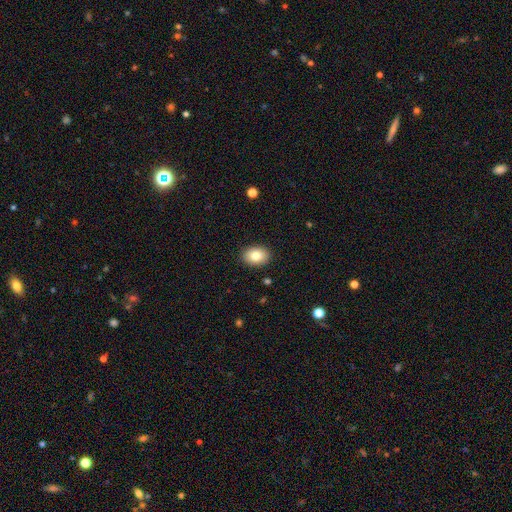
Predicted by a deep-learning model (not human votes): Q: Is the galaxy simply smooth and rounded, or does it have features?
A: smooth — 81%.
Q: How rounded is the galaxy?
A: in between — 73%.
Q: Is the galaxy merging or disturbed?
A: none — 90%.